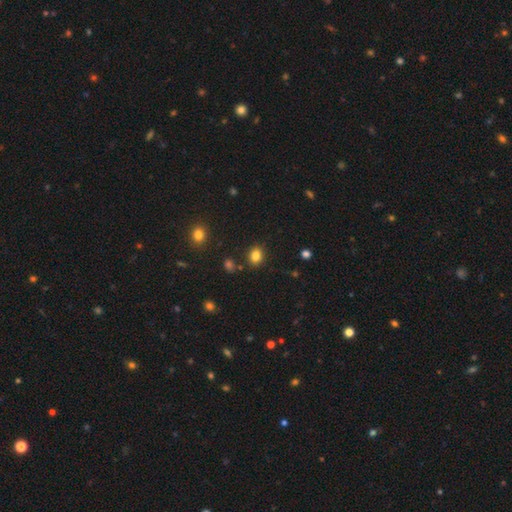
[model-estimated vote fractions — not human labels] A smooth galaxy with no disk features (83%) that is in between round and cigar-shaped (58%). Merging: none (83%).